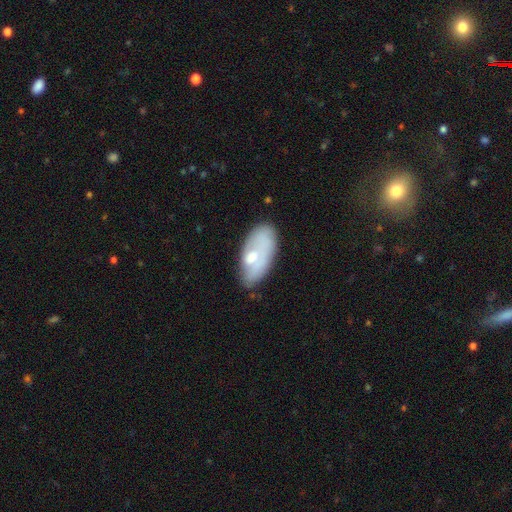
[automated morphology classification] A smooth galaxy with no disk features (54%) that is in between round and cigar-shaped (92%). Merging: none (54%).